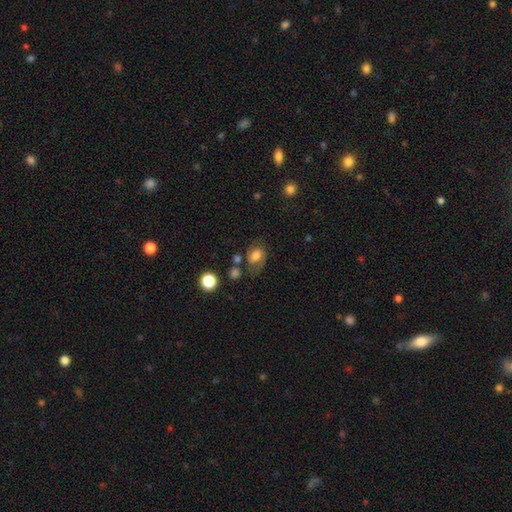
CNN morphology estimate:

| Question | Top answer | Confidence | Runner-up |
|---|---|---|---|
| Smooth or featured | smooth | 55% | featured or disk (34%) |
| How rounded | in between | 67% | round (31%) |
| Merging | none | 55% | minor disturbance (22%) |